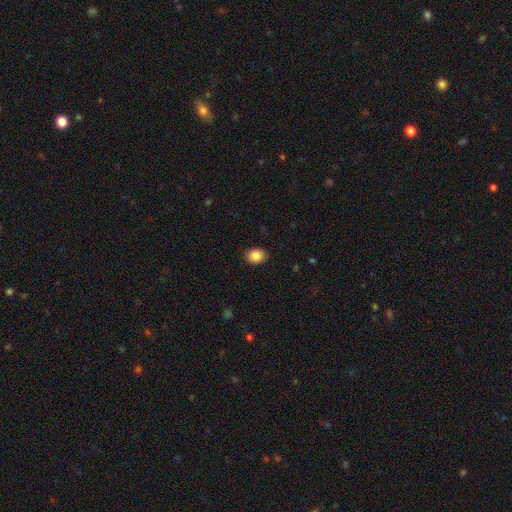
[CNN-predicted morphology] smooth_or_featured: smooth (p=0.87) [alt: star or artifact p=0.09]
how_rounded: in between (p=0.56) [alt: round p=0.43]
merging: none (p=0.89) [alt: minor disturbance p=0.08]